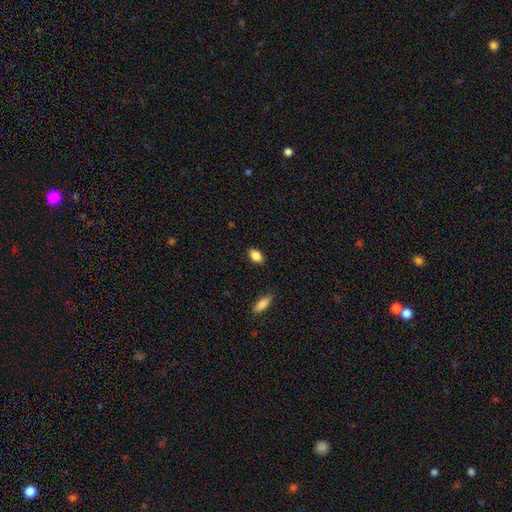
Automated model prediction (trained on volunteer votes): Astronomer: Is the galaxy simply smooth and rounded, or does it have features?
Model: smooth — 85%.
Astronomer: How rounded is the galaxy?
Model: in between — 88%.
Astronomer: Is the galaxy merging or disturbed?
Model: none — 87%.